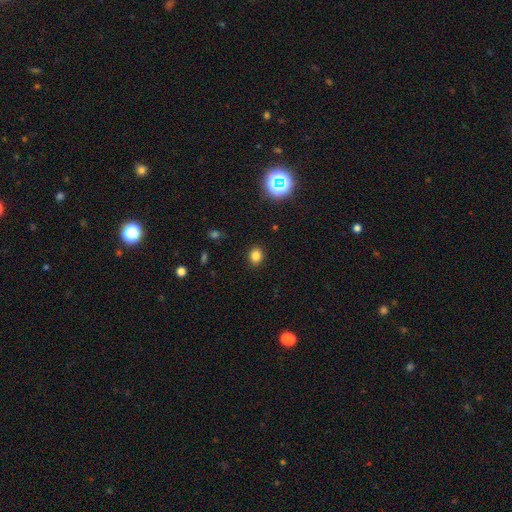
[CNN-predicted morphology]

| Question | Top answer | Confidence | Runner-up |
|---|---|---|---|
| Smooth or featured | smooth | 80% | star or artifact (15%) |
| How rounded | round | 56% | in between (43%) |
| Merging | none | 89% | minor disturbance (7%) |